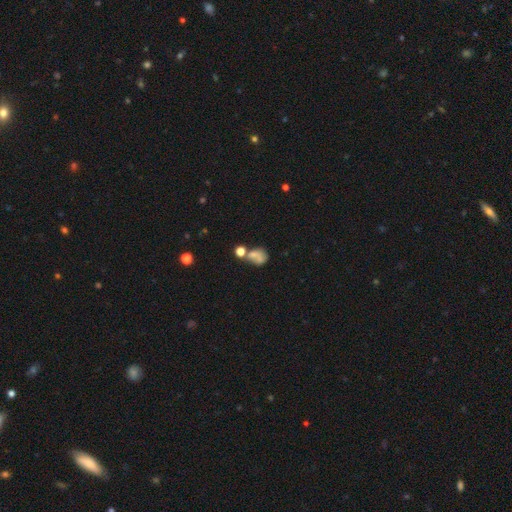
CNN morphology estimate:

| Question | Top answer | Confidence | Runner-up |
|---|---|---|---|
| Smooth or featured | smooth | 66% | featured or disk (19%) |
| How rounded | in between | 52% | round (46%) |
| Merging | merger | 34% | none (32%) |